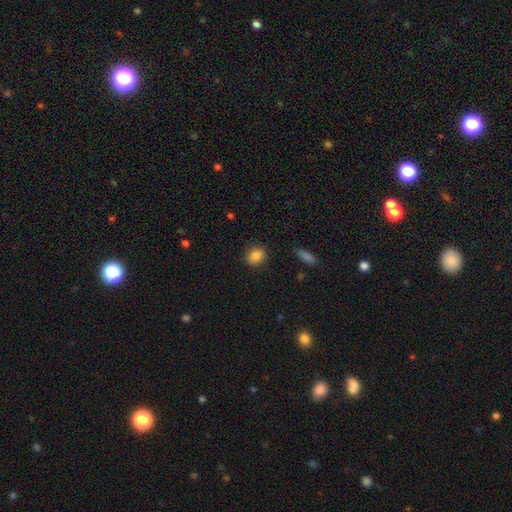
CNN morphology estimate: Overall: smooth (87%). How rounded: in between (50%; round 49%). Merging: none (87%).